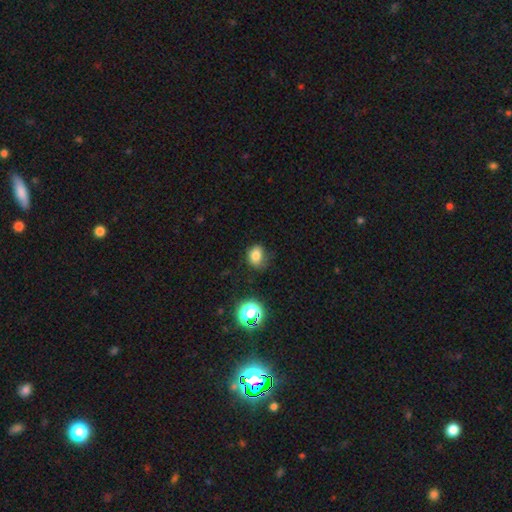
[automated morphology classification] Q: Smooth or featured?
A: smooth (78%); runner-up: star or artifact (14%)
Q: How rounded?
A: in between (51%); runner-up: round (48%)
Q: Merging?
A: none (62%); runner-up: minor disturbance (27%)